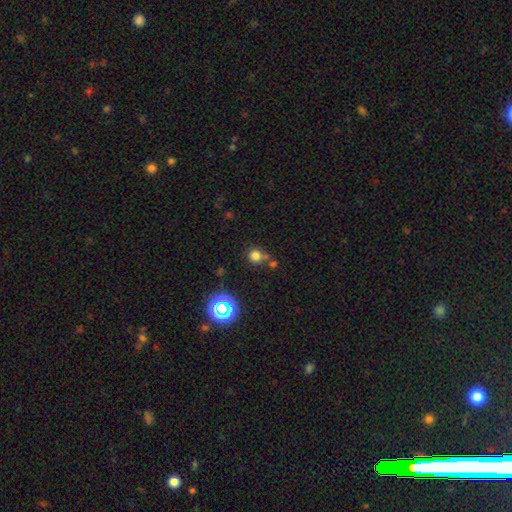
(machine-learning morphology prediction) This appears to be a smooth galaxy with no disk features (74%) that is round (90%). Merging: none (63%).